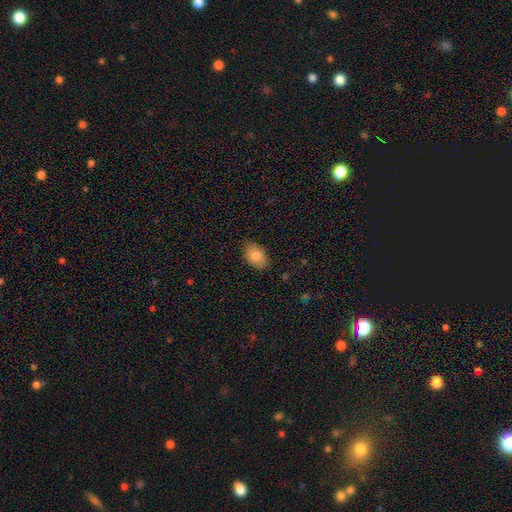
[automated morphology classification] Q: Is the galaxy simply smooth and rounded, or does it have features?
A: smooth — 85%.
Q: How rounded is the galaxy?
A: in between — 91%.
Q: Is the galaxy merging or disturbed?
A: none — 83%.